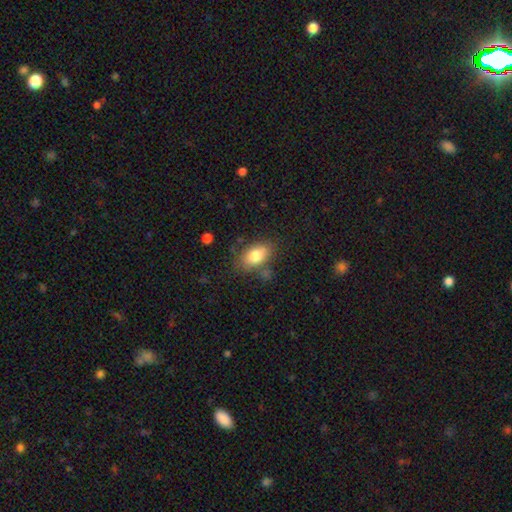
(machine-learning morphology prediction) Smooth or featured: smooth — 80% (featured or disk — 12%)
How rounded: in between — 88% (round — 9%)
Merging: none — 70% (minor disturbance — 19%)